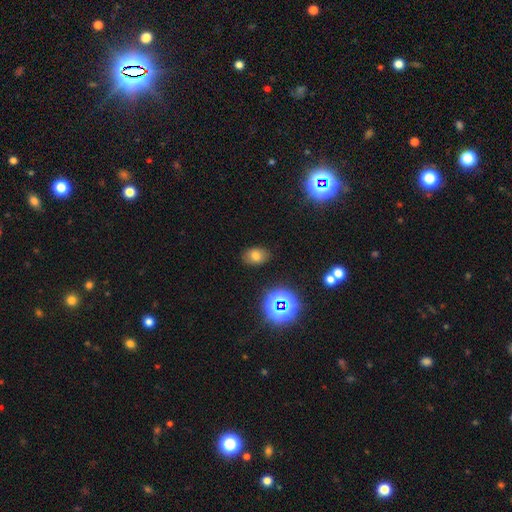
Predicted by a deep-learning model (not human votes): smooth-or-featured: smooth: 71% | star or artifact: 19% | featured or disk: 10%
  how-rounded: in between: 77% | round: 22% | cigar-shaped: 1%
  merging: none: 84% | minor disturbance: 11% | major disturbance: 3% | merger: 2%